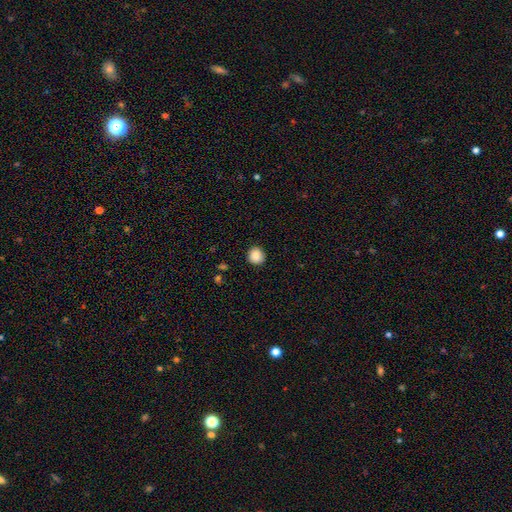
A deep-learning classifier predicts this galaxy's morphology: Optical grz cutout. It shows a smooth galaxy with no disk features (88%) that is round (89%). Merging: none (89%).